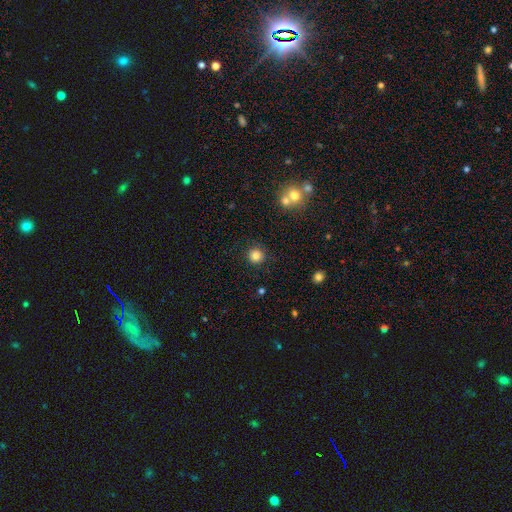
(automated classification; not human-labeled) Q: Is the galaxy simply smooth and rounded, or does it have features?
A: smooth — 83%.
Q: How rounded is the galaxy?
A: round — 94%.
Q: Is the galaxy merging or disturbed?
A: none — 89%.